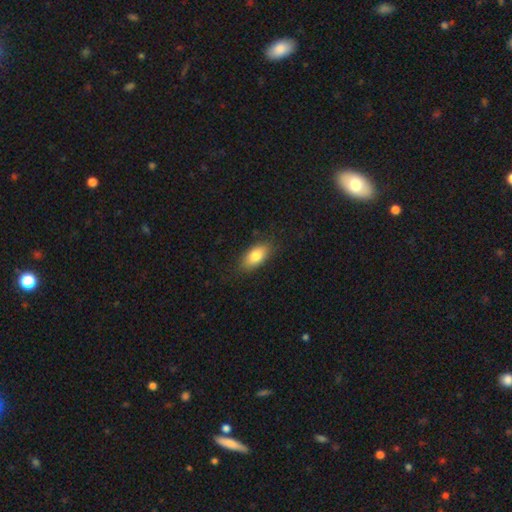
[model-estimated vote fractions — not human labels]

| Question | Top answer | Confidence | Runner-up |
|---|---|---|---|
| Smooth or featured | smooth | 81% | featured or disk (12%) |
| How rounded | in between | 89% | cigar-shaped (6%) |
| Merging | none | 83% | minor disturbance (13%) |